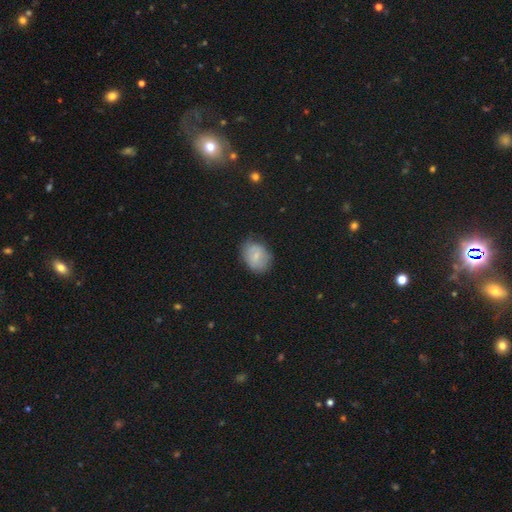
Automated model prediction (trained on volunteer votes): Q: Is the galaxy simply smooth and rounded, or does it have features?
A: smooth — 72%.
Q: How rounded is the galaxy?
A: in between — 53%.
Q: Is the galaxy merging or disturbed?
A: none — 70%.